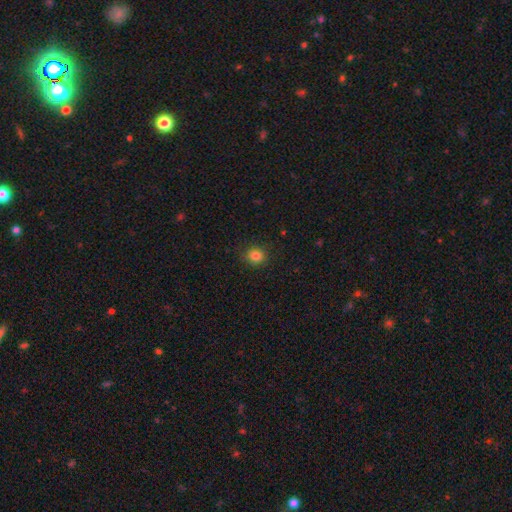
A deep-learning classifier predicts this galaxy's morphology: This is clearly a smooth galaxy (82%). How rounded: clearly round (86%). Merging: clearly none (89%).